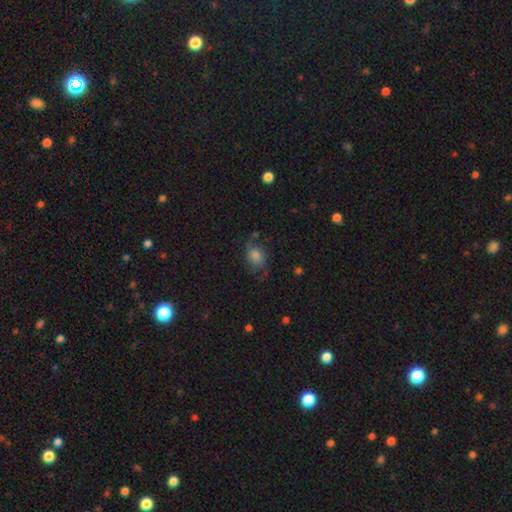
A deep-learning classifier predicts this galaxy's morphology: Smooth or featured?
  - smooth: 68% *
  - featured or disk: 21%
  - star or artifact: 11%
How rounded?
  - in between: 62% *
  - round: 36%
  - cigar-shaped: 2%
Merging?
  - none: 52% *
  - minor disturbance: 27%
  - major disturbance: 19%
  - merger: 3%